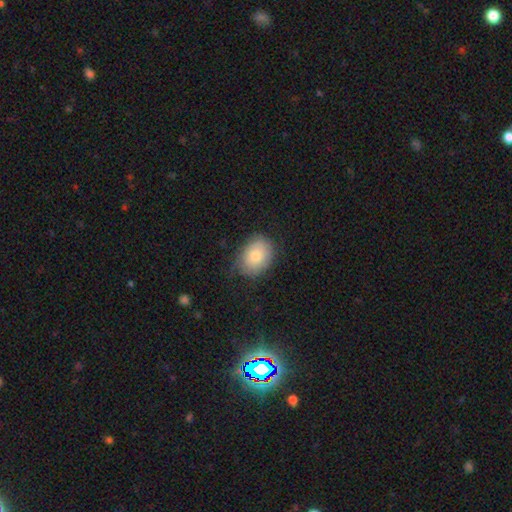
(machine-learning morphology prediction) Q: Smooth or featured?
A: smooth (76%); runner-up: featured or disk (16%)
Q: How rounded?
A: in between (60%); runner-up: round (39%)
Q: Merging?
A: none (69%); runner-up: minor disturbance (24%)